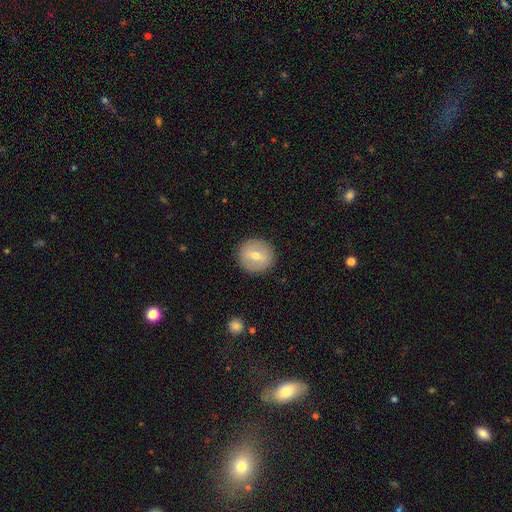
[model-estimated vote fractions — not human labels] Smooth or featured: smooth — 57% (featured or disk — 34%)
How rounded: round — 91% (in between — 8%)
Merging: none — 91% (minor disturbance — 6%)